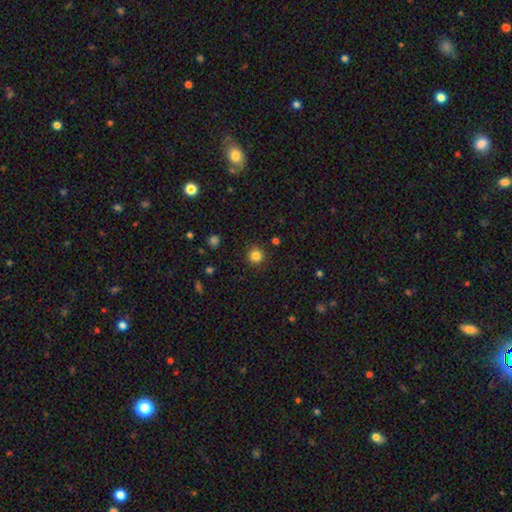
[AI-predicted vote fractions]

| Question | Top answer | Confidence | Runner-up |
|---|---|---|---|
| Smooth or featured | smooth | 83% | star or artifact (13%) |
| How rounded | round | 94% | in between (5%) |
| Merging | none | 89% | minor disturbance (7%) |